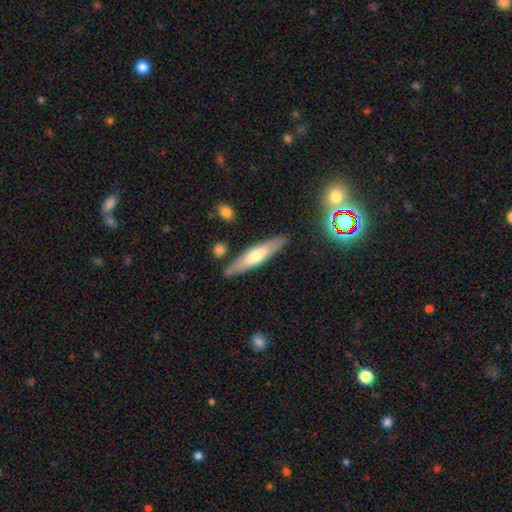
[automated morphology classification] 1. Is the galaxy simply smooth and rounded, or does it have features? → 48% smooth, 46% featured or disk, 6% star or artifact.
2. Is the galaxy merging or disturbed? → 85% none, 10% minor disturbance, 3% merger, 2% major disturbance.